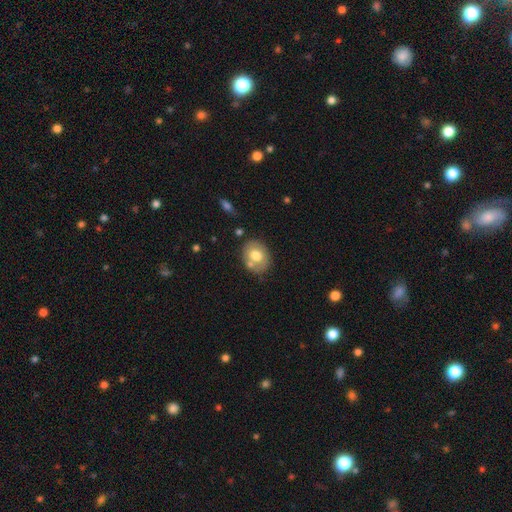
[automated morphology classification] This appears to be a smooth galaxy with no disk features (69%) that is in between round and cigar-shaped (51%). Merging: none (68%).